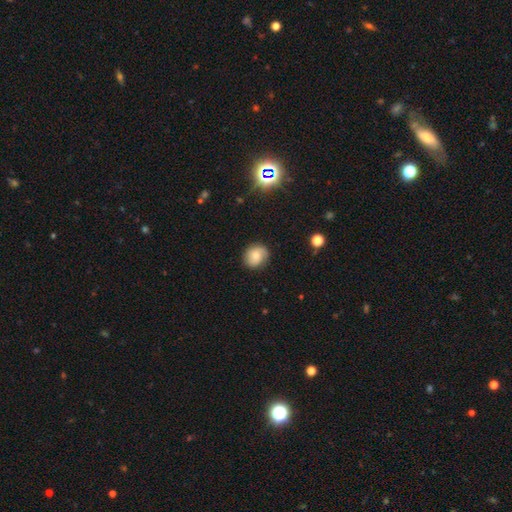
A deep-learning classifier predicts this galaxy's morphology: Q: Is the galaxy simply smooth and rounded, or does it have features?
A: smooth — 63%.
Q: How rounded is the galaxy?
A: round — 69%.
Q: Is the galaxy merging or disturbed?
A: none — 79%.